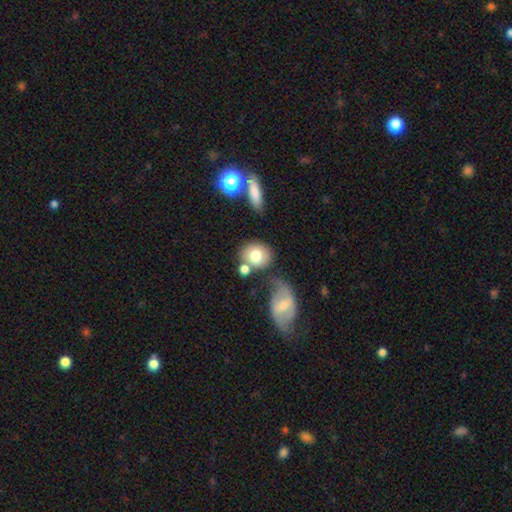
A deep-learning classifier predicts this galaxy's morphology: smooth_or_featured: smooth (p=0.74) [alt: featured or disk p=0.18]
how_rounded: round (p=0.71) [alt: in between p=0.28]
merging: none (p=0.57) [alt: merger p=0.22]